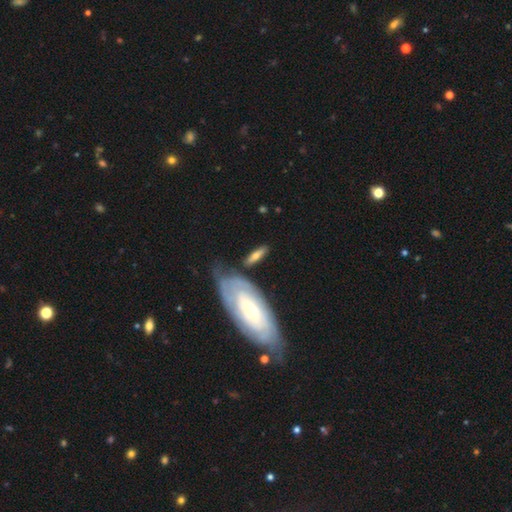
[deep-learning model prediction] Overall: smooth (56%; featured or disk 38%). How rounded: in between (49%; cigar-shaped 45%). Merging: none (67%).